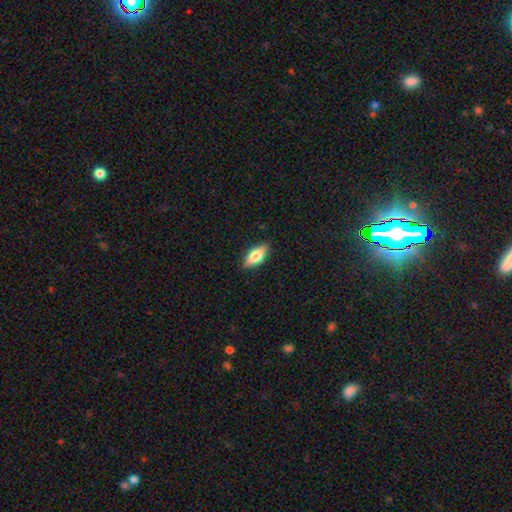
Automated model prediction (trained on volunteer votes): smooth_or_featured: smooth (p=0.67) [alt: featured or disk p=0.27]
how_rounded: in between (p=0.74) [alt: cigar-shaped p=0.23]
merging: none (p=0.87) [alt: minor disturbance p=0.10]